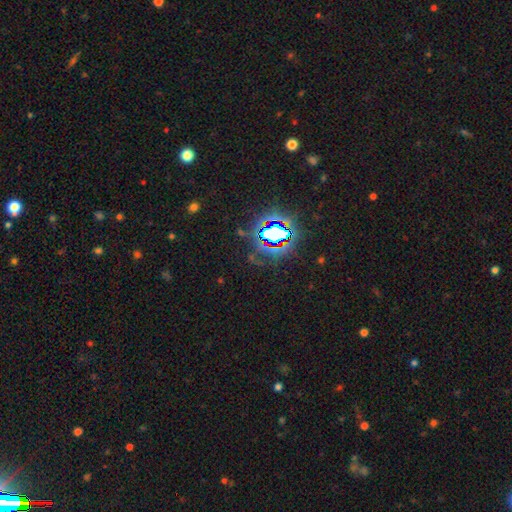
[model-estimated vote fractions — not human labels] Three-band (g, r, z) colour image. It shows a star or artifact, not a galaxy (81%).